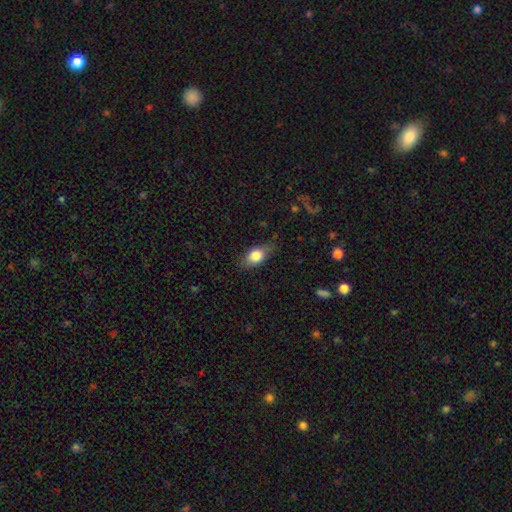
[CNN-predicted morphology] A smooth galaxy with no disk features (78%) that is in between round and cigar-shaped (78%). Merging: none (72%).